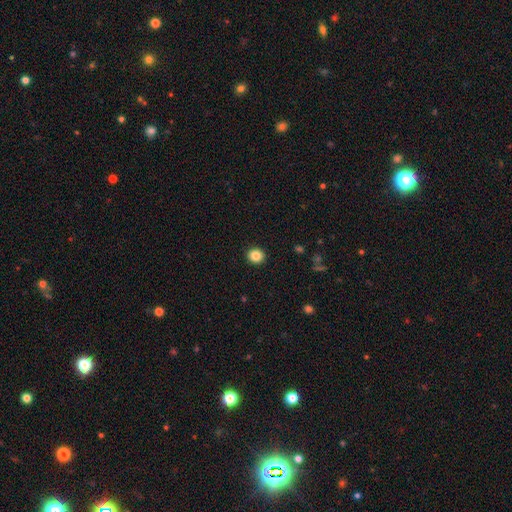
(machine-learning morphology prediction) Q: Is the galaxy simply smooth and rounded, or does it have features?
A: smooth — 85%.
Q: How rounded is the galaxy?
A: round — 85%.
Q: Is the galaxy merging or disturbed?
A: none — 93%.